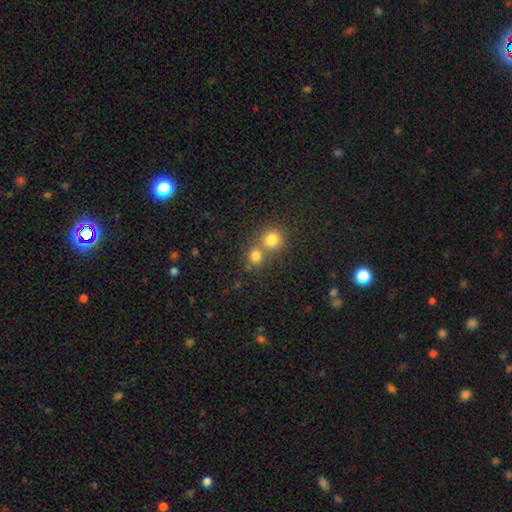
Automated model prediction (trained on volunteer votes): Morphology: type=smooth (79%); roundness=round (82%); merging=merger (47%).